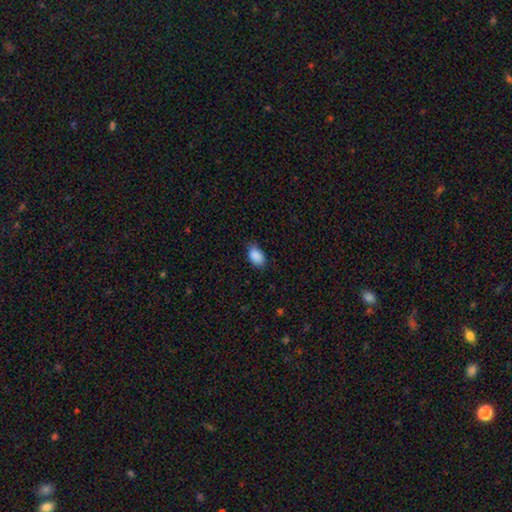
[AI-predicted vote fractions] The model was most divided on "merging": none: 77%, minor disturbance: 19%, major disturbance: 3%, merger: 1%. More confident: how rounded — in between (91%); smooth or featured — smooth (90%).